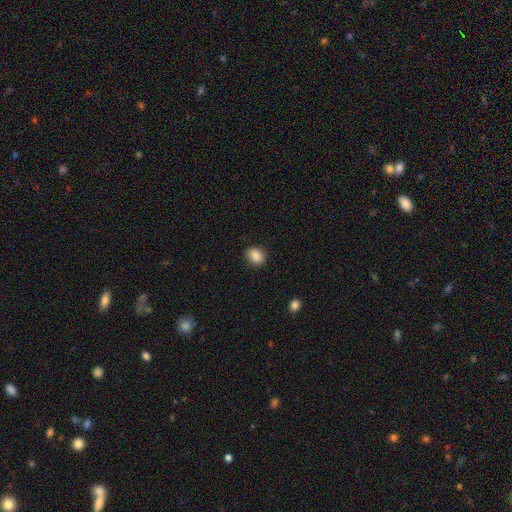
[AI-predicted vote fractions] Smooth or featured?
  - smooth: 87% *
  - star or artifact: 9%
  - featured or disk: 4%
How rounded?
  - in between: 58% *
  - round: 41%
  - cigar-shaped: 1%
Merging?
  - none: 83% *
  - minor disturbance: 13%
  - major disturbance: 3%
  - merger: 1%